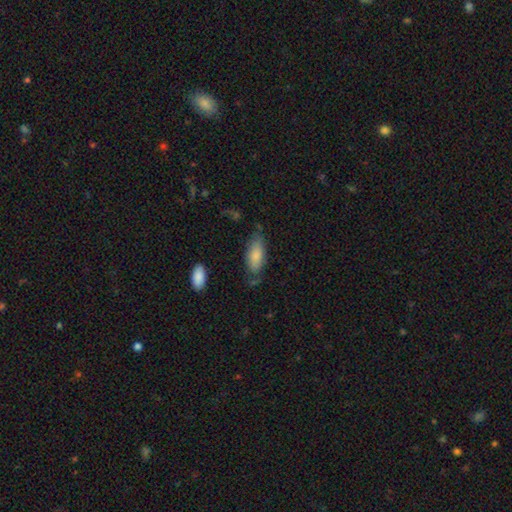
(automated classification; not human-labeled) Q: Smooth or featured?
A: smooth (82%); runner-up: featured or disk (12%)
Q: How rounded?
A: in between (84%); runner-up: cigar-shaped (14%)
Q: Merging?
A: none (60%); runner-up: minor disturbance (27%)